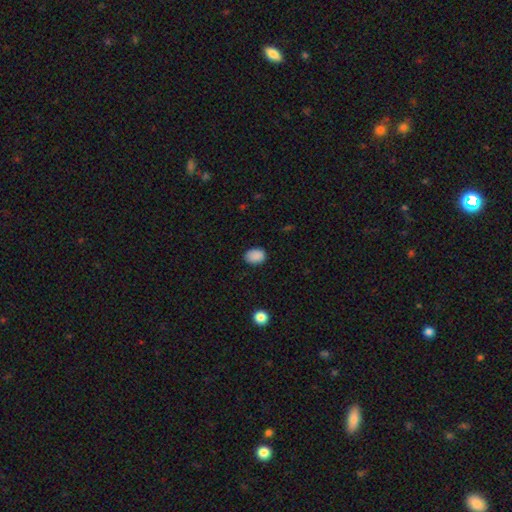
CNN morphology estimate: The model was most divided on "how rounded": in between: 74%, round: 25%, cigar-shaped: 1%. More confident: smooth or featured — smooth (88%); merging — none (84%).